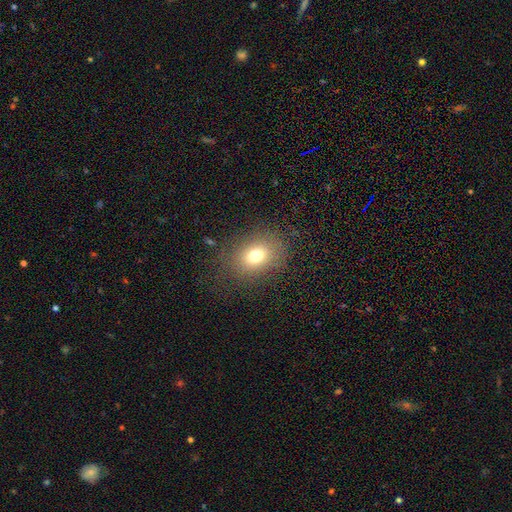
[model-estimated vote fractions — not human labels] Overall: smooth (73%). How rounded: in between (58%; round 41%). Merging: none (79%).